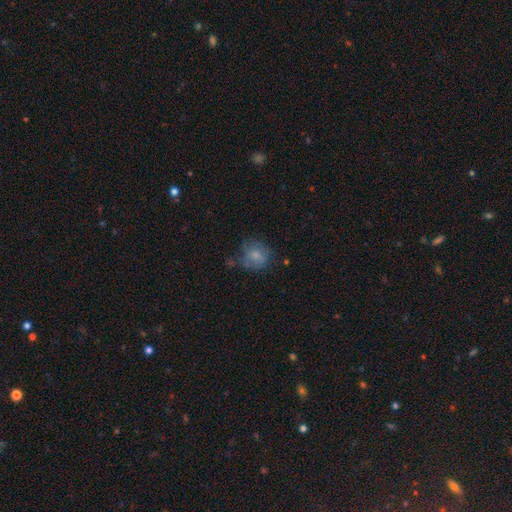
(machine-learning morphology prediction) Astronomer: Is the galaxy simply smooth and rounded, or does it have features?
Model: smooth — 70%.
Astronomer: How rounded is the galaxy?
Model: round — 67%.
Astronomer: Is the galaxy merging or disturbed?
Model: none — 48% (runner-up: minor disturbance, 28%).